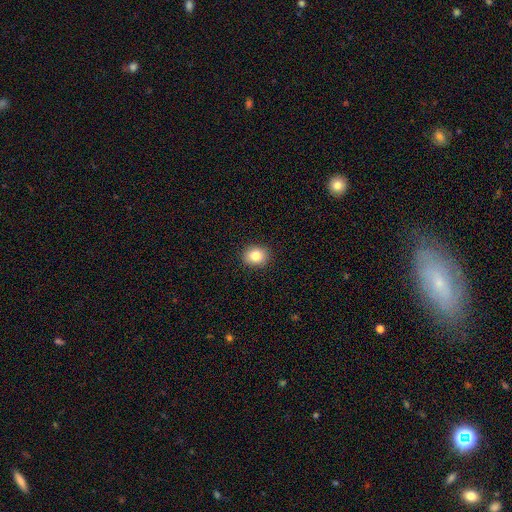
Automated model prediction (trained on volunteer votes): Q: Smooth or featured?
A: smooth (82%); runner-up: star or artifact (10%)
Q: How rounded?
A: round (69%); runner-up: in between (30%)
Q: Merging?
A: none (90%); runner-up: minor disturbance (7%)